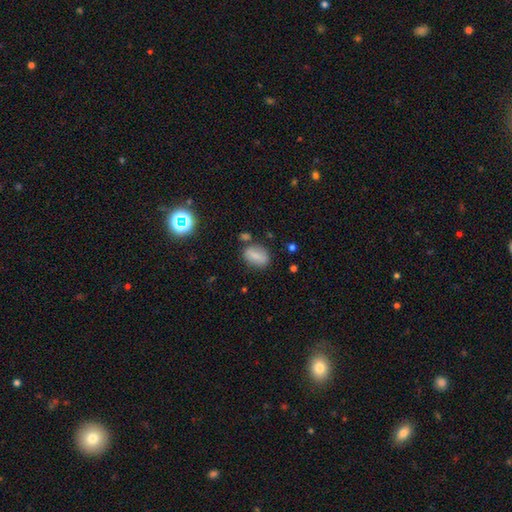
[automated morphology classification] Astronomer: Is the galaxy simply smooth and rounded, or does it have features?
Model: smooth — 77%.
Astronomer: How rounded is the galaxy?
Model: in between — 83%.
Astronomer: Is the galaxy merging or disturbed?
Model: none — 73%.